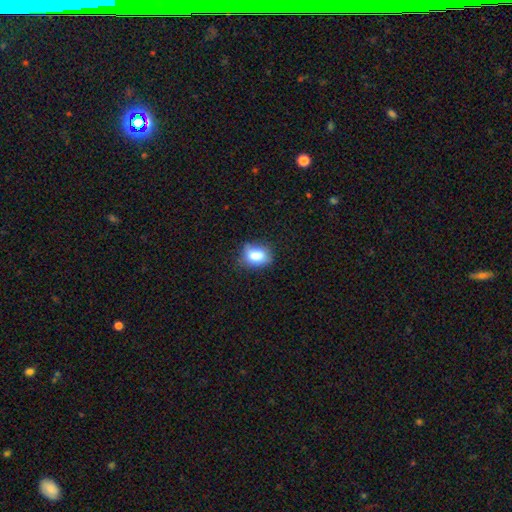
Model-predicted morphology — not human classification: smooth 82%, star or artifact 9%, featured or disk 9%. Down the decision tree: how rounded — in between (66%); merging — none (63%).